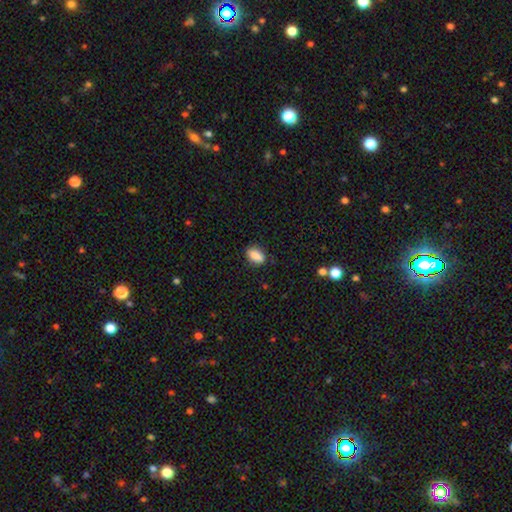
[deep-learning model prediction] smooth_or_featured: smooth (p=0.86) [alt: star or artifact p=0.08]
how_rounded: in between (p=0.85) [alt: round p=0.08]
merging: none (p=0.83) [alt: minor disturbance p=0.13]